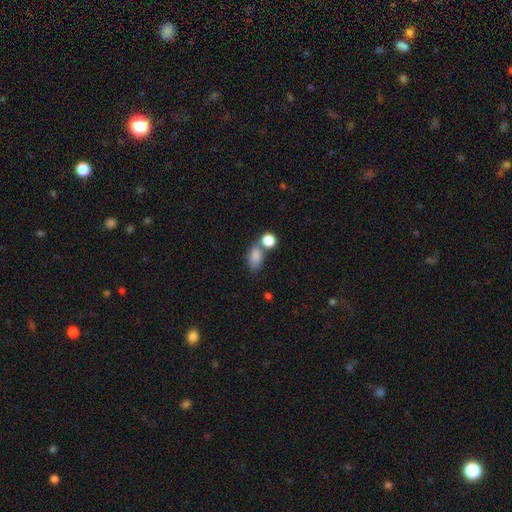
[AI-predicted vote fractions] smooth_or_featured: smooth (p=0.83) [alt: star or artifact p=0.10]
how_rounded: in between (p=0.82) [alt: round p=0.15]
merging: none (p=0.44) [alt: merger p=0.34]